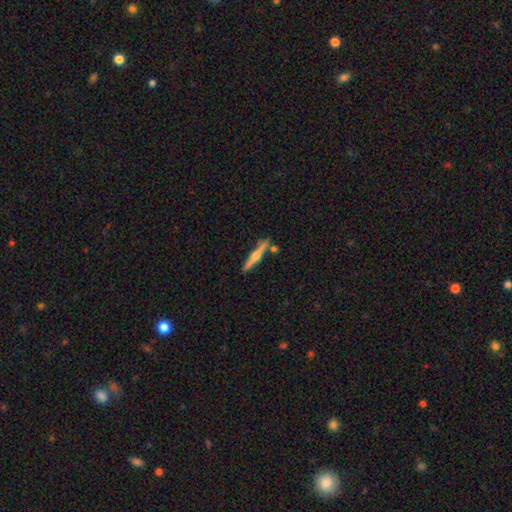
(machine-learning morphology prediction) The model was most divided on "smooth or featured": featured or disk: 69%, smooth: 26%, star or artifact: 6%. More confident: edge-on disk — yes (97%); edge-on bulge — rounded (92%); merging — none (80%).